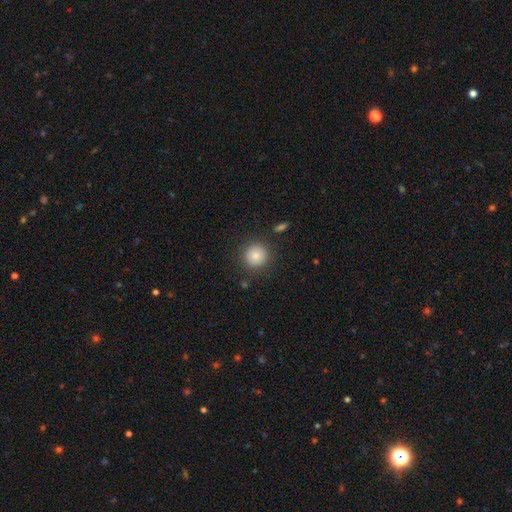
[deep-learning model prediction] smooth-or-featured: smooth: 83% | star or artifact: 9% | featured or disk: 8%
  how-rounded: round: 94% | in between: 5% | cigar-shaped: 1%
  merging: none: 86% | minor disturbance: 8% | major disturbance: 3% | merger: 2%